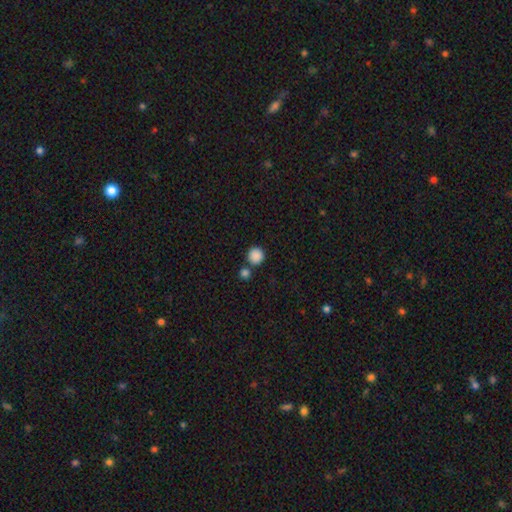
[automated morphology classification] type=smooth (87%); roundness=round (93%); merging=none (71%).